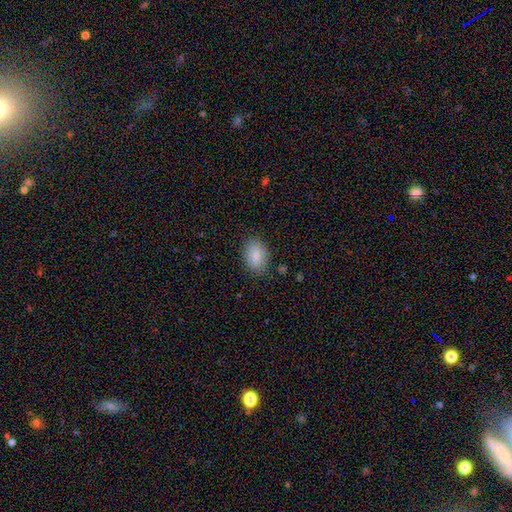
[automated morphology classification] This appears to be a smooth galaxy with no disk features (87%) that is in between round and cigar-shaped (83%). Merging: none (84%).